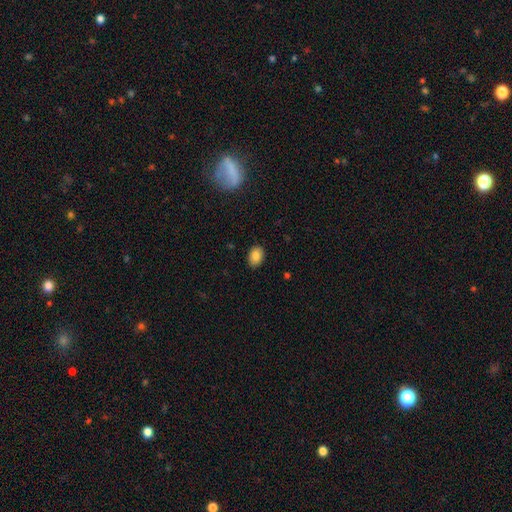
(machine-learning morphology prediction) A smooth galaxy with no disk features (85%) that is in between round and cigar-shaped (77%). Merging: none (88%).